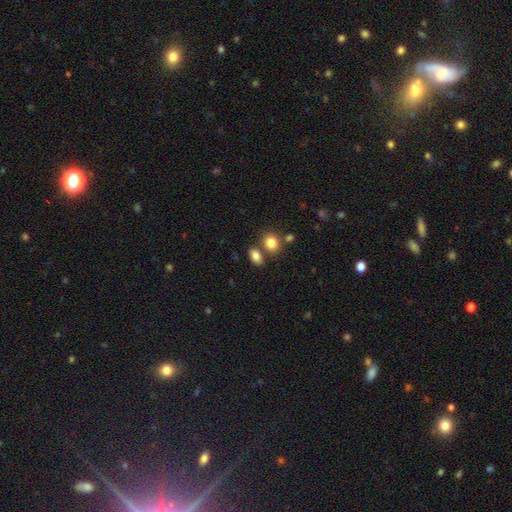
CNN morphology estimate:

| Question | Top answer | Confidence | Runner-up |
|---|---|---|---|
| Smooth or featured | smooth | 84% | star or artifact (10%) |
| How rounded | in between | 79% | round (19%) |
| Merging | none | 63% | merger (22%) |